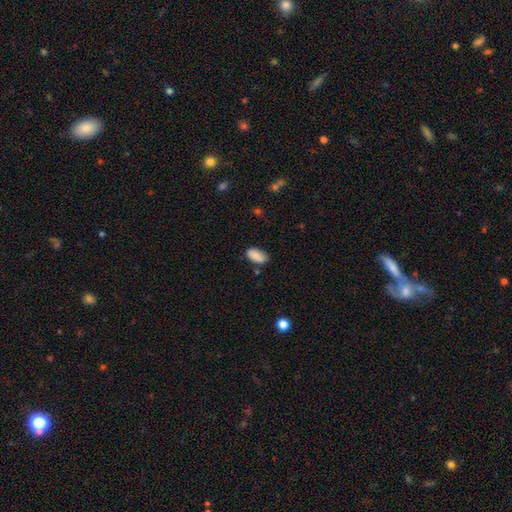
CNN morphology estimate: smooth-or-featured: smooth: 86% | star or artifact: 8% | featured or disk: 6%
  how-rounded: in between: 93% | cigar-shaped: 4% | round: 3%
  merging: none: 71% | minor disturbance: 21% | major disturbance: 4% | merger: 4%